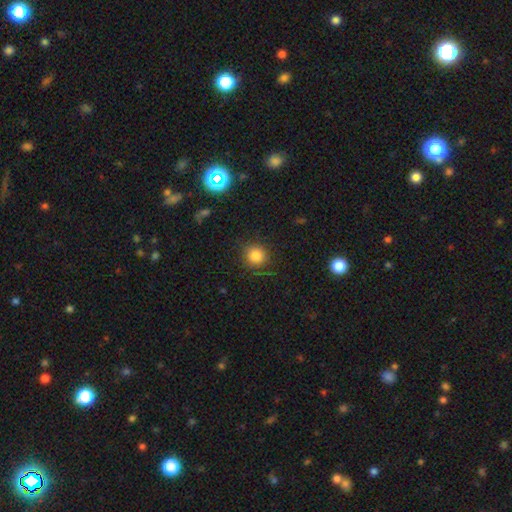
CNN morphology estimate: type=smooth (80%); roundness=round (90%); merging=none (82%).